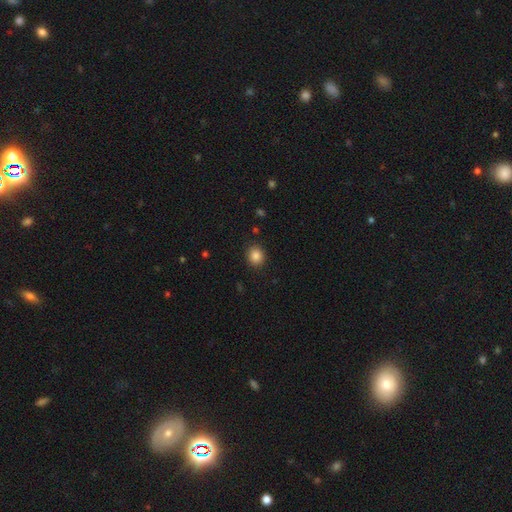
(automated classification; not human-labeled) Smooth or featured?
  - smooth: 86% *
  - star or artifact: 10%
  - featured or disk: 4%
How rounded?
  - round: 79% *
  - in between: 20%
  - cigar-shaped: 1%
Merging?
  - none: 90% *
  - minor disturbance: 7%
  - major disturbance: 2%
  - merger: 1%